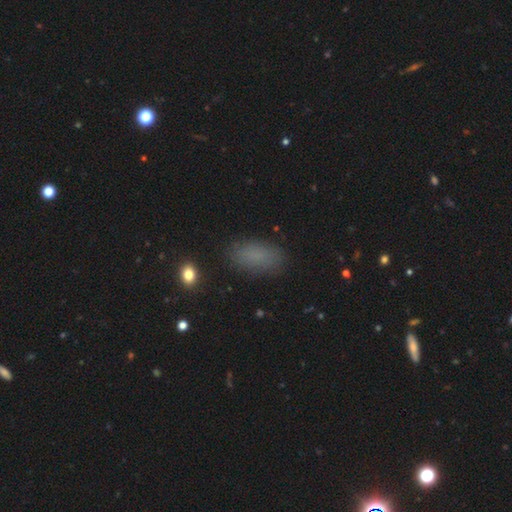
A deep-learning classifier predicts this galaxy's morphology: This appears to be a smooth galaxy with no disk features (81%) that is in between round and cigar-shaped (90%). Merging: none (85%).